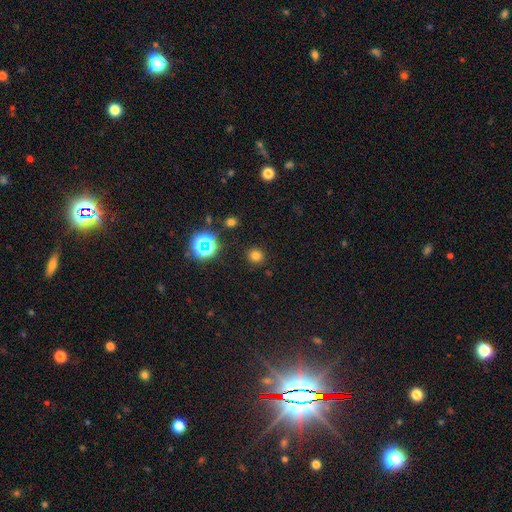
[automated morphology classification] The model was most divided on "smooth or featured": smooth: 73%, star or artifact: 21%, featured or disk: 6%. More confident: merging — none (89%); how rounded — round (89%).